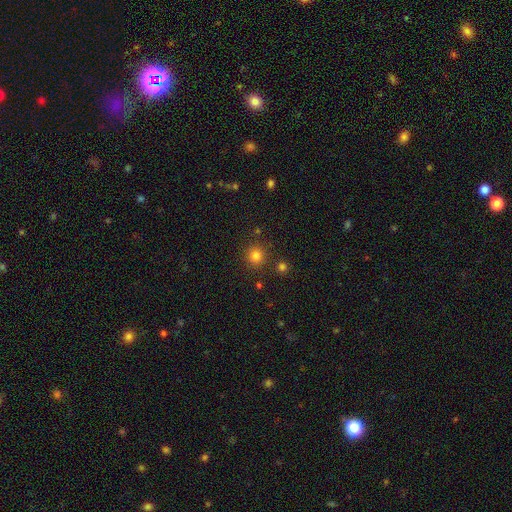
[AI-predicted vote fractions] Q: Smooth or featured?
A: smooth (80%); runner-up: star or artifact (15%)
Q: How rounded?
A: round (92%); runner-up: in between (7%)
Q: Merging?
A: none (85%); runner-up: minor disturbance (7%)